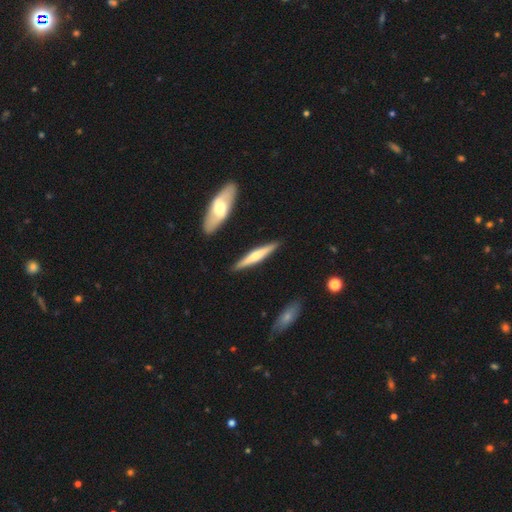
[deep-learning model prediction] Q: Smooth or featured?
A: featured or disk (54%); runner-up: smooth (41%)
Q: Edge-on disk?
A: yes (96%); runner-up: no (4%)
Q: Edge-on bulge?
A: rounded (74%); runner-up: none (16%)
Q: Merging?
A: none (90%); runner-up: minor disturbance (7%)